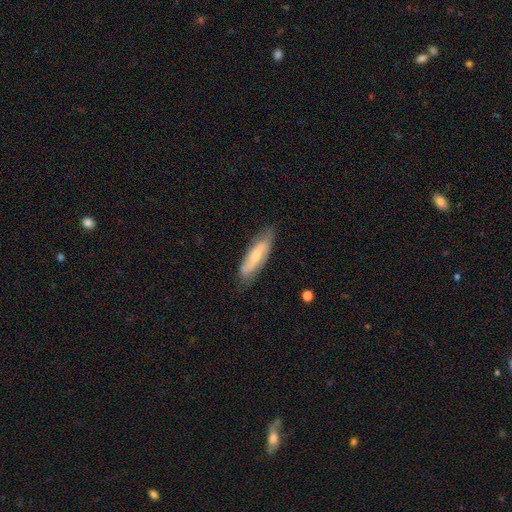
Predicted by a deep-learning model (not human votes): Smooth or featured?
  - featured or disk: 50% *
  - smooth: 44%
  - star or artifact: 6%
Edge-on disk?
  - no: 73% *
  - yes: 27%
Merging?
  - none: 75% *
  - minor disturbance: 19%
  - major disturbance: 4%
  - merger: 1%